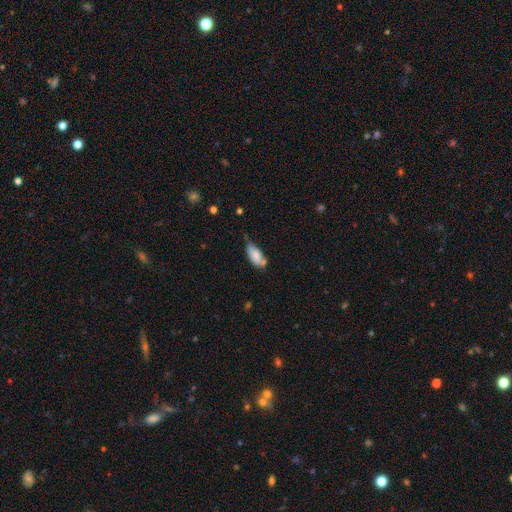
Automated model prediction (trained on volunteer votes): Q: Smooth or featured?
A: smooth (80%); runner-up: featured or disk (13%)
Q: How rounded?
A: in between (83%); runner-up: cigar-shaped (15%)
Q: Merging?
A: none (45%); runner-up: minor disturbance (35%)